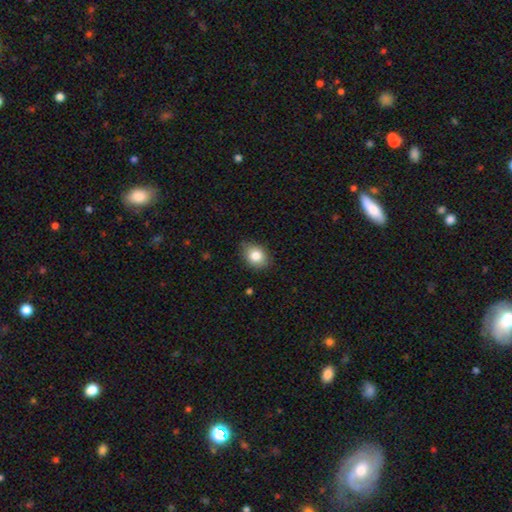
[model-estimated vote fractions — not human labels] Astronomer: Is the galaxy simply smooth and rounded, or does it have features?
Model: smooth — 83%.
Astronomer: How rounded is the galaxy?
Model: in between — 57% (runner-up: round, 42%).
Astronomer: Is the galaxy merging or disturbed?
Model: none — 82%.